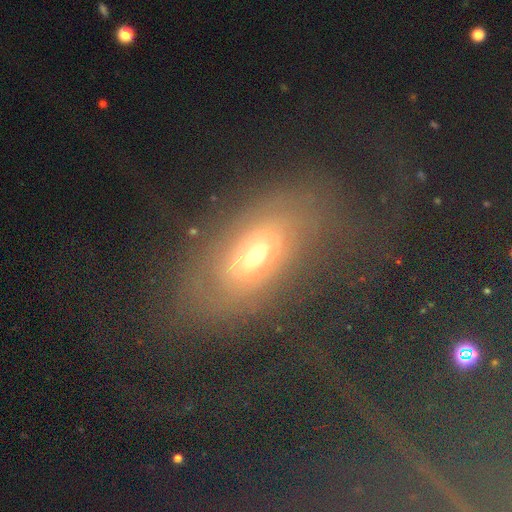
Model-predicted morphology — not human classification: This is possibly a featured or disk galaxy (51%). It is clearly not viewed edge-on (83%). Merging: likely none (64%).